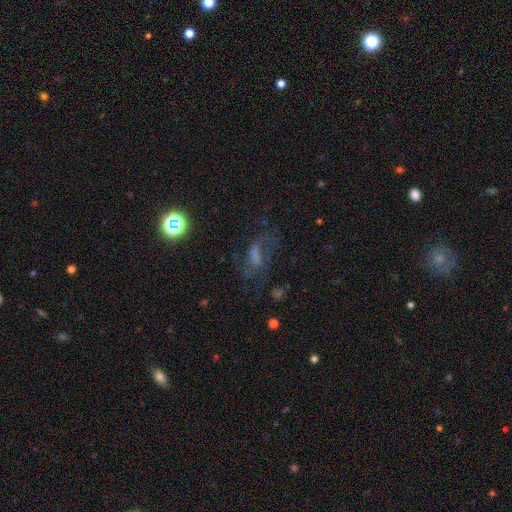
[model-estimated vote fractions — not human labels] Smooth or featured? Predicted: featured or disk (p=0.49). Merging? Predicted: none (p=0.47).